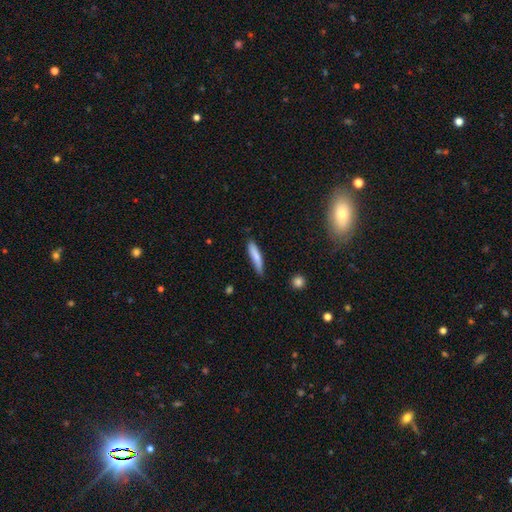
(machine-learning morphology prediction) Smooth or featured? smooth (77%)
How rounded? cigar-shaped (86%)
Merging? none (77%)